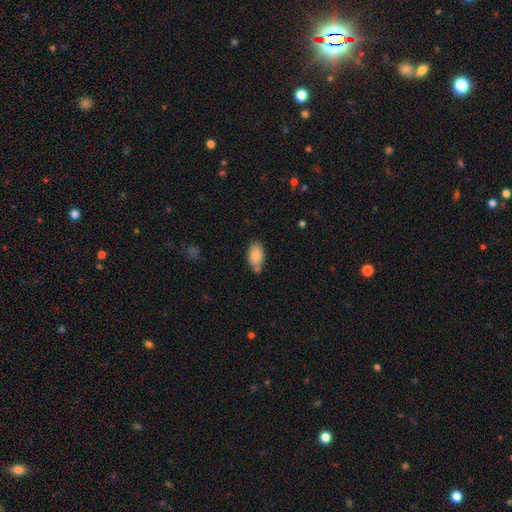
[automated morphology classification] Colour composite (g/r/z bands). It shows a smooth galaxy with no disk features (85%) that is in between round and cigar-shaped (93%). Merging: none (64%).